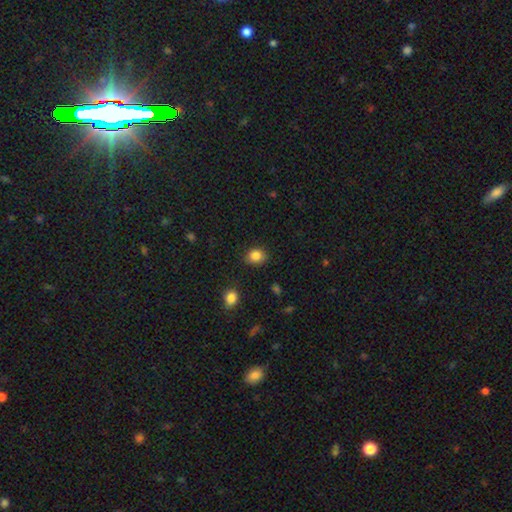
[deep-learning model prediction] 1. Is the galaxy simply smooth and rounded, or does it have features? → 84% smooth, 10% star or artifact, 6% featured or disk.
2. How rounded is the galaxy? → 58% round, 41% in between, 1% cigar-shaped.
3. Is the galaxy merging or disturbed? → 86% none, 10% minor disturbance, 2% major disturbance, 2% merger.